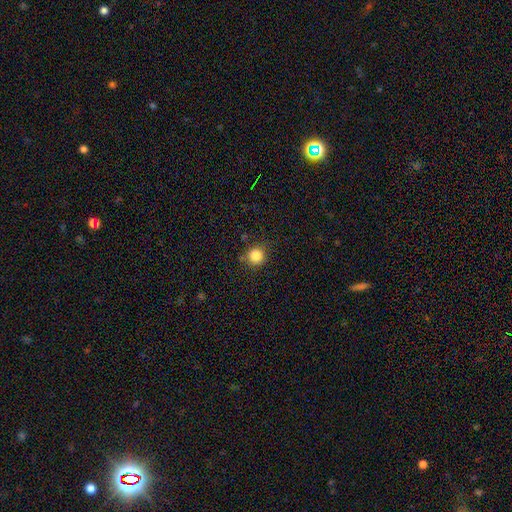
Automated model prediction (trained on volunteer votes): smooth-or-featured: smooth: 85% | star or artifact: 11% | featured or disk: 4%
  how-rounded: round: 92% | in between: 7% | cigar-shaped: 1%
  merging: none: 81% | minor disturbance: 13% | major disturbance: 4% | merger: 3%